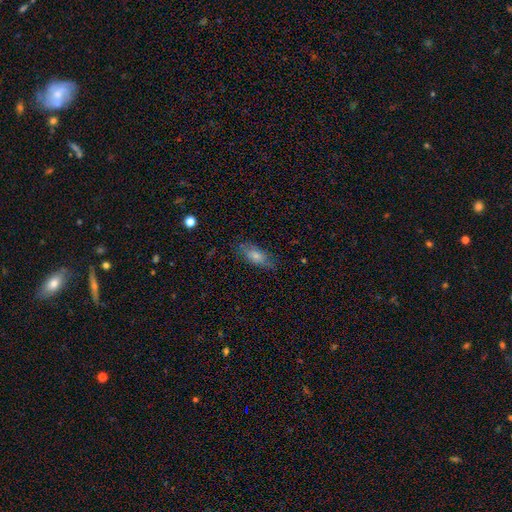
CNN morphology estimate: smooth 61%, featured or disk 28%, star or artifact 10%. Down the decision tree: how rounded — in between (67%); merging — none (79%).